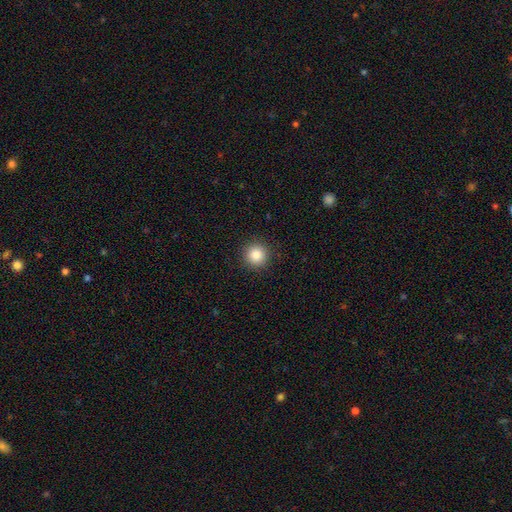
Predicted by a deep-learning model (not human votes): Overall: smooth (85%). How rounded: round (95%). Merging: none (92%).